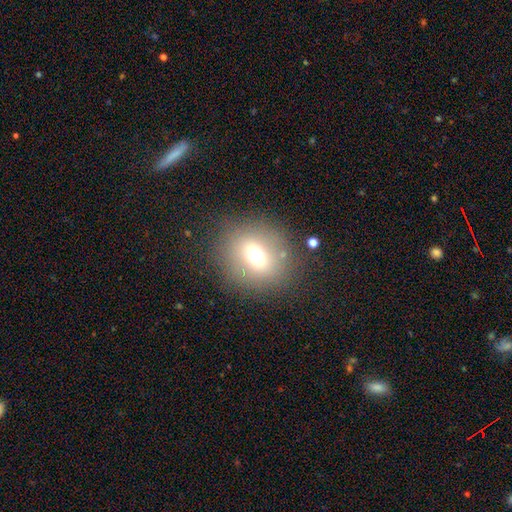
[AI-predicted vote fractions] This appears to be a smooth galaxy with no disk features (65%) that is round (73%). Merging: none (80%).